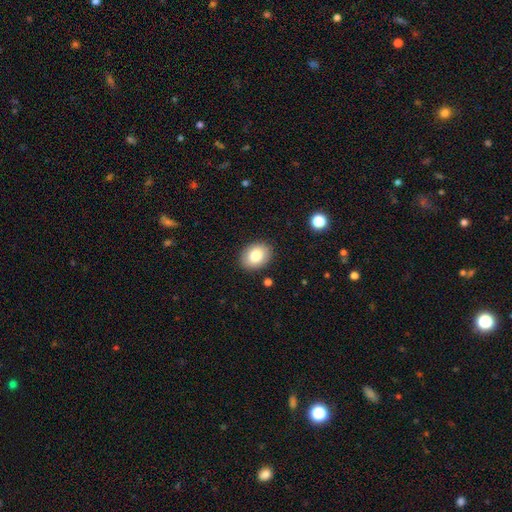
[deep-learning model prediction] Smooth or featured? Predicted: smooth (p=0.83). How rounded? Predicted: in between (p=0.70). Merging? Predicted: none (p=0.88).